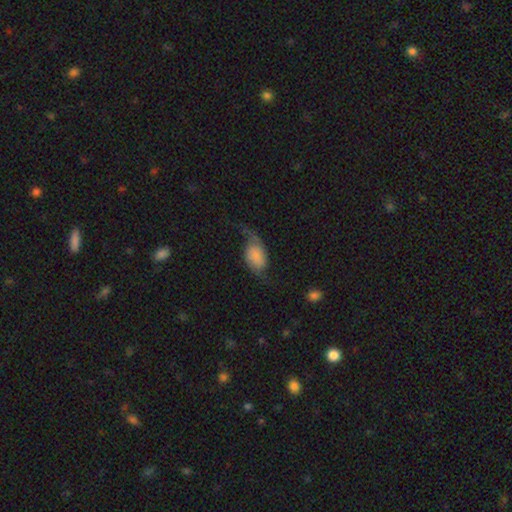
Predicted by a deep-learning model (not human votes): Overall: featured or disk (57%; smooth 35%). Edge-on disk: no (95%). Bar: no (68%). Spiral arms: yes (91%). Bulge size: none (39%; small 19%). Merging: none (49%; major disturbance 25%).